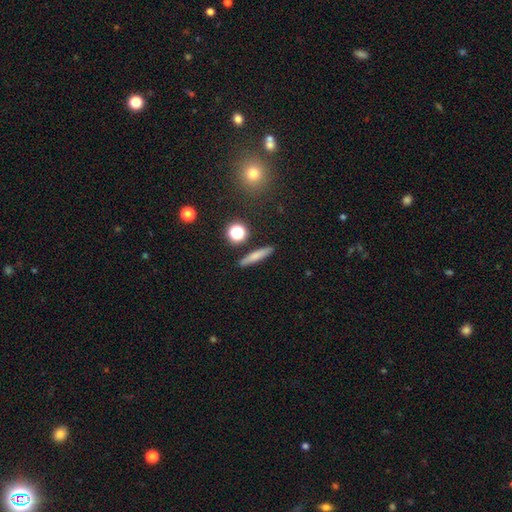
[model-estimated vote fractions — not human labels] smooth-or-featured: smooth: 71% | featured or disk: 18% | star or artifact: 11%
  how-rounded: cigar-shaped: 84% | in between: 9% | round: 6%
  merging: none: 88% | minor disturbance: 7% | merger: 3% | major disturbance: 2%